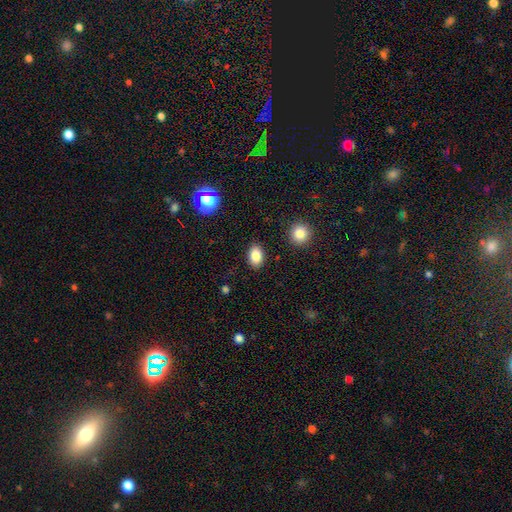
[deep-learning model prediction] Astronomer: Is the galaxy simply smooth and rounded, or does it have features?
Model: smooth — 85%.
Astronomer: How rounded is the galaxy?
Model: in between — 85%.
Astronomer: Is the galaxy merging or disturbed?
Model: none — 87%.